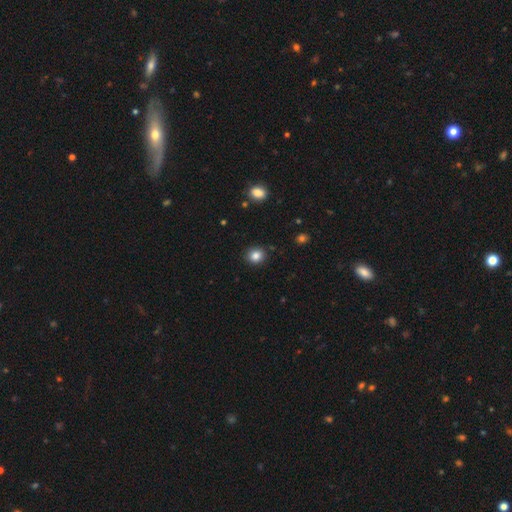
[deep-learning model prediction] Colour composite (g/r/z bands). It shows a smooth galaxy with no disk features (84%) that is round (83%). Merging: none (90%).